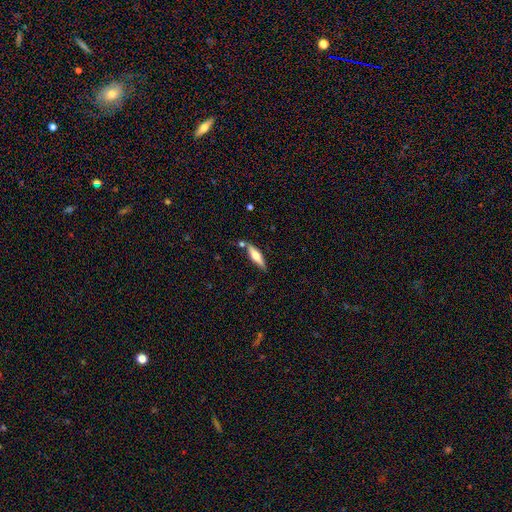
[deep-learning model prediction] A smooth galaxy with no disk features (51%) that is cigar-shaped (63%).

Vote fractions:
- Smooth or featured? smooth: 51% / featured or disk: 43% / star or artifact: 6%
- How rounded? cigar-shaped: 63% / in between: 35% / round: 2%
- Merging? none: 74% / minor disturbance: 14% / merger: 8% / major disturbance: 3%